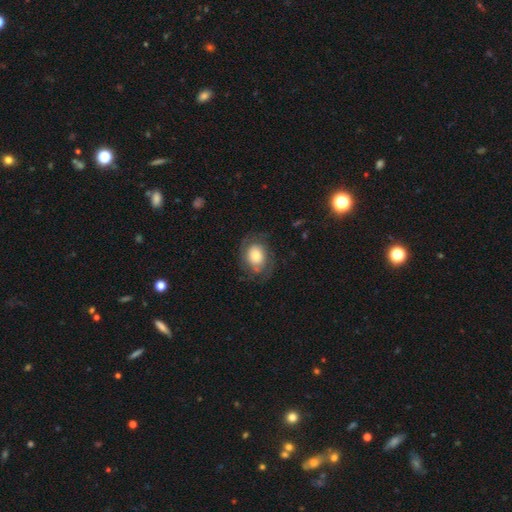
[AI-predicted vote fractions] smooth_or_featured: smooth (p=0.47) [alt: featured or disk p=0.46]
merging: none (p=0.68) [alt: minor disturbance p=0.19]